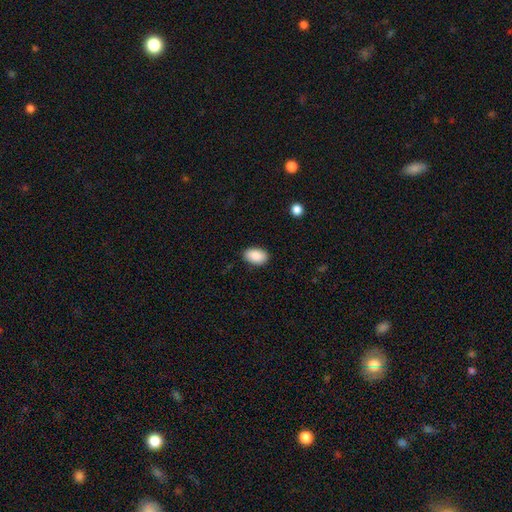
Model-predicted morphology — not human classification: This appears to be a smooth galaxy with no disk features (90%) that is in between round and cigar-shaped (91%). Merging: none (87%).